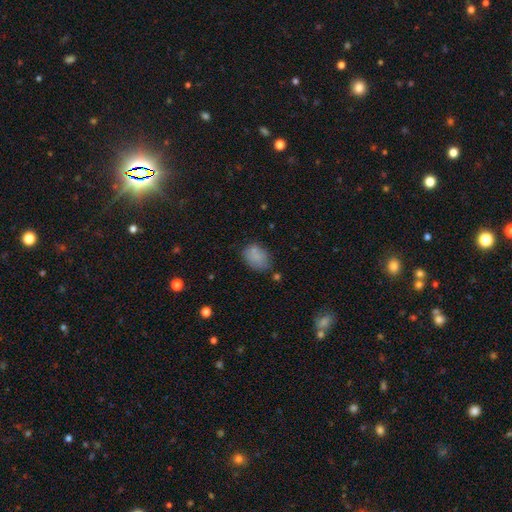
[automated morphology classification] Smooth or featured? smooth (81%)
How rounded? in between (78%)
Merging? none (63%)